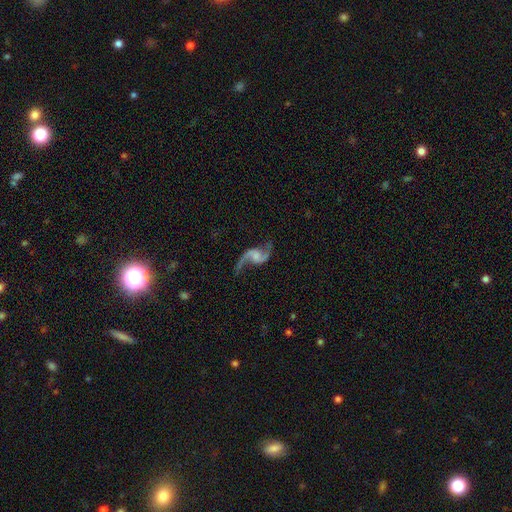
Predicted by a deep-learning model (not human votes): This appears to be a featured or disk galaxy (91%) with no bar (51%), 2 (94%) loose (84%) spiral arms (97%) and no central bulge (36%). Merging: none (75%).